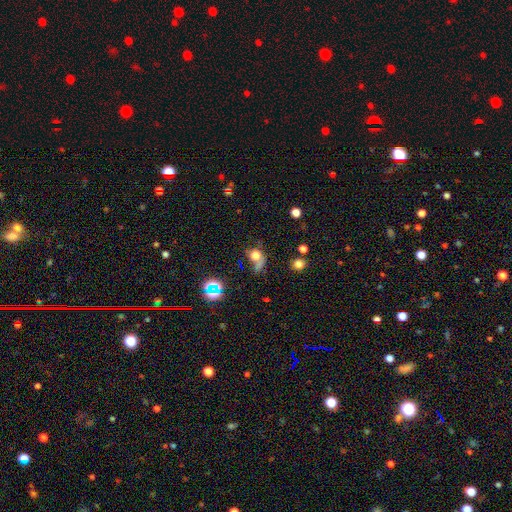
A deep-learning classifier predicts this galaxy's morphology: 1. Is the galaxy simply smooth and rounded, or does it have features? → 63% smooth, 20% star or artifact, 17% featured or disk.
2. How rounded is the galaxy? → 64% round, 34% in between, 2% cigar-shaped.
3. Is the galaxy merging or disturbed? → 30% none, 29% major disturbance, 23% merger, 18% minor disturbance.